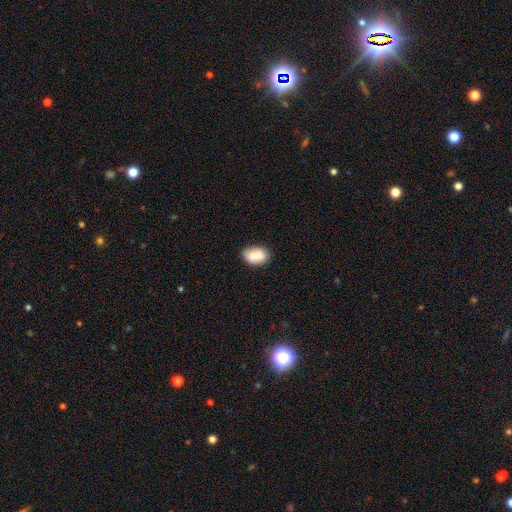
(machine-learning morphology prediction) Smooth or featured? smooth (87%)
How rounded? in between (86%)
Merging? none (79%)